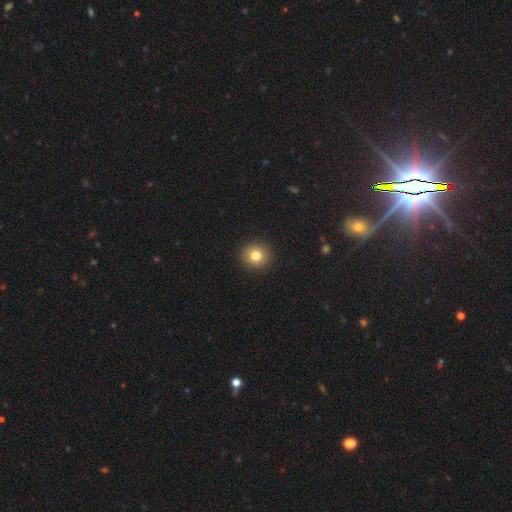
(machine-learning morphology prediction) Smooth or featured? smooth (80%)
How rounded? round (92%)
Merging? none (93%)